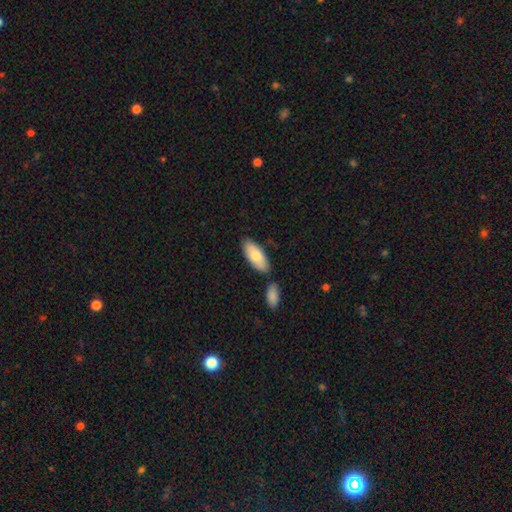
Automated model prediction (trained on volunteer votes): A smooth galaxy with no disk features (79%) that is in between round and cigar-shaped (86%). Merging: none (72%).